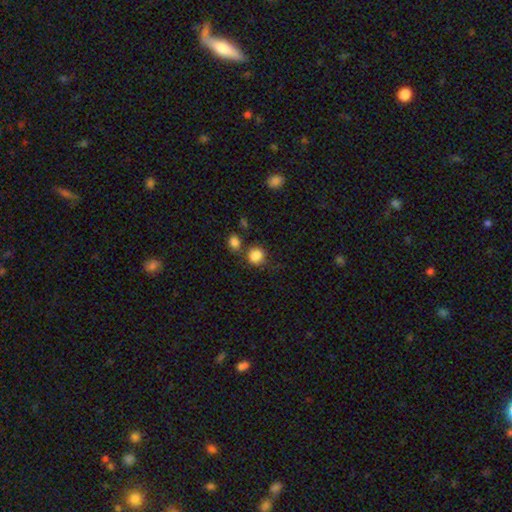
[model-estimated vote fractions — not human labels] This appears to be a smooth galaxy with no disk features (84%) that is round (75%). Merging: none (58%).